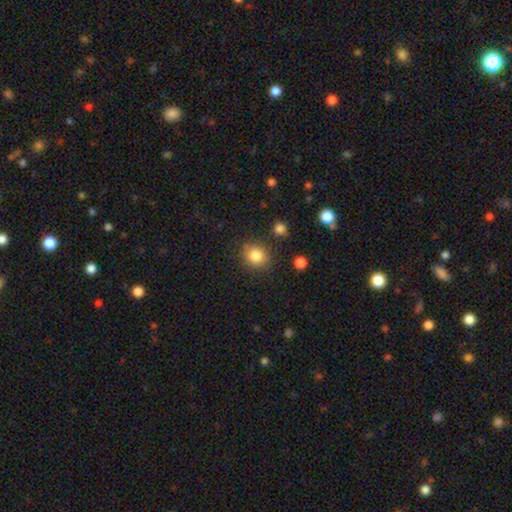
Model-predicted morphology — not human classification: smooth-or-featured: smooth: 84% | star or artifact: 11% | featured or disk: 6%
  how-rounded: round: 79% | in between: 20% | cigar-shaped: 1%
  merging: none: 82% | minor disturbance: 11% | merger: 4% | major disturbance: 3%